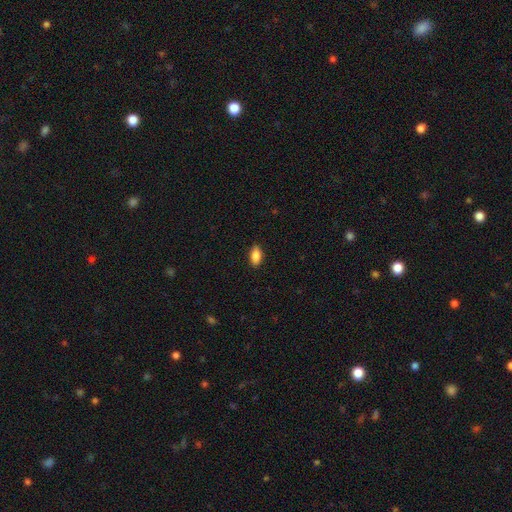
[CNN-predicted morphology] A smooth galaxy with no disk features (88%) that is in between round and cigar-shaped (90%). Merging: none (89%).